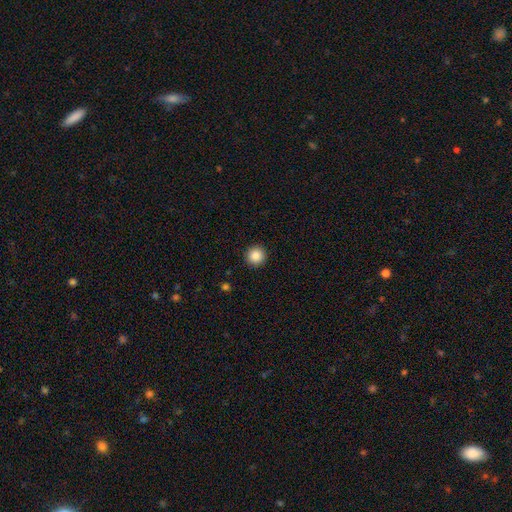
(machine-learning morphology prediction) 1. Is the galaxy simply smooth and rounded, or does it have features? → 87% smooth, 9% star or artifact, 4% featured or disk.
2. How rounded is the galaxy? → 95% round, 4% in between, 1% cigar-shaped.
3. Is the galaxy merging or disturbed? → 93% none, 5% minor disturbance, 2% major disturbance, 1% merger.